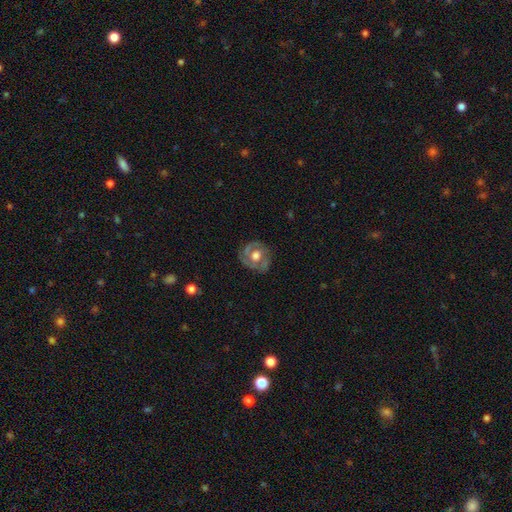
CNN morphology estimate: Smooth or featured?
  - featured or disk: 67% *
  - smooth: 27%
  - star or artifact: 7%
Edge-on disk?
  - no: 97% *
  - yes: 3%
Bar?
  - no: 72% *
  - weak: 23%
  - strong: 5%
Spiral arms?
  - yes: 72% *
  - no: 28%
Bulge size?
  - moderate: 59% *
  - large: 33%
  - small: 5%
  - dominant: 2%
  - none: 2%
Merging?
  - none: 76% *
  - minor disturbance: 17%
  - major disturbance: 7%
  - merger: 1%